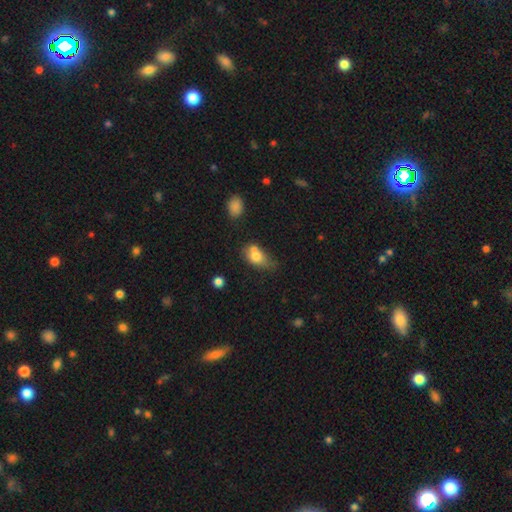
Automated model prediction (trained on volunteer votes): Smooth or featured?
  - smooth: 73% *
  - featured or disk: 18%
  - star or artifact: 10%
How rounded?
  - in between: 76% *
  - round: 21%
  - cigar-shaped: 3%
Merging?
  - merger: 34% *
  - none: 30%
  - minor disturbance: 25%
  - major disturbance: 11%